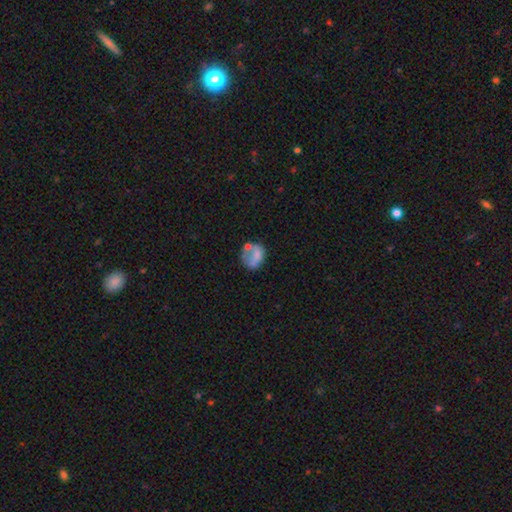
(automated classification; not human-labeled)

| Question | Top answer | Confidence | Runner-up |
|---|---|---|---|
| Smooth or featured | smooth | 58% | featured or disk (31%) |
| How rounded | round | 53% | in between (46%) |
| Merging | none | 39% | minor disturbance (23%) |